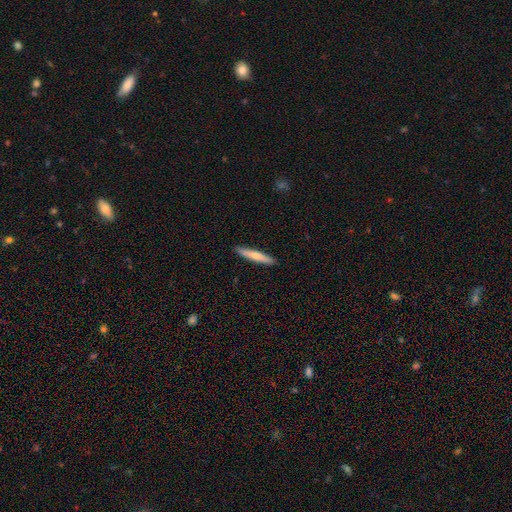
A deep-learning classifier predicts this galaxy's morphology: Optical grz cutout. It shows a smooth galaxy with no disk features (65%) that is cigar-shaped (93%). Merging: none (91%).